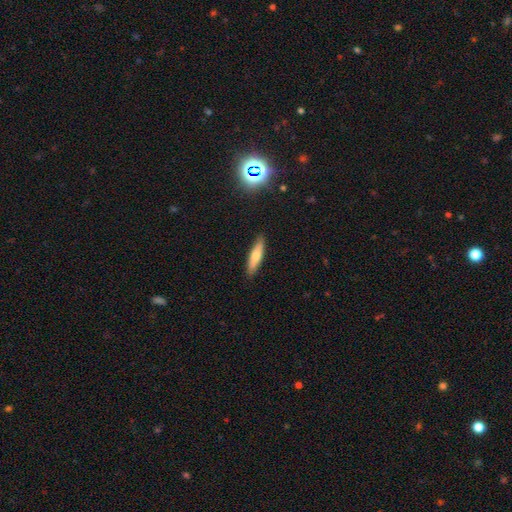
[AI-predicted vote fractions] Morphology: type=smooth (62%); roundness=cigar-shaped (77%); merging=none (88%).